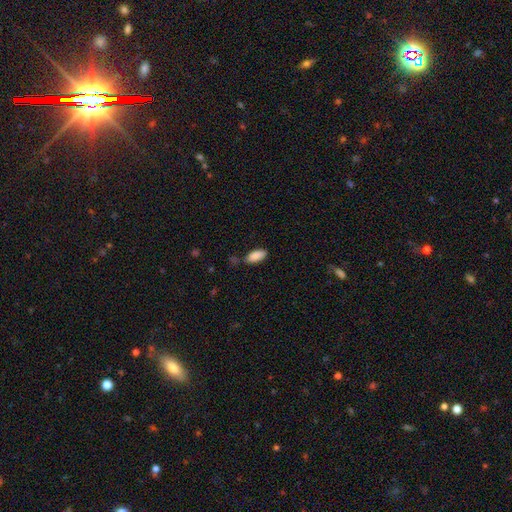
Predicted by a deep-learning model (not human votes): smooth 88%, star or artifact 7%, featured or disk 5%. Down the decision tree: how rounded — in between (87%); merging — none (73%).